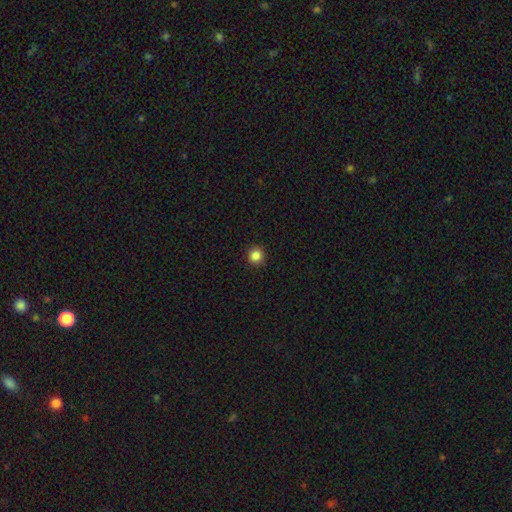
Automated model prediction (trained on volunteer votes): A smooth galaxy with no disk features (85%) that is round (94%).

Vote fractions:
- Smooth or featured? smooth: 85% / star or artifact: 11% / featured or disk: 4%
- How rounded? round: 94% / in between: 5% / cigar-shaped: 1%
- Merging? none: 92% / minor disturbance: 5% / major disturbance: 2% / merger: 1%